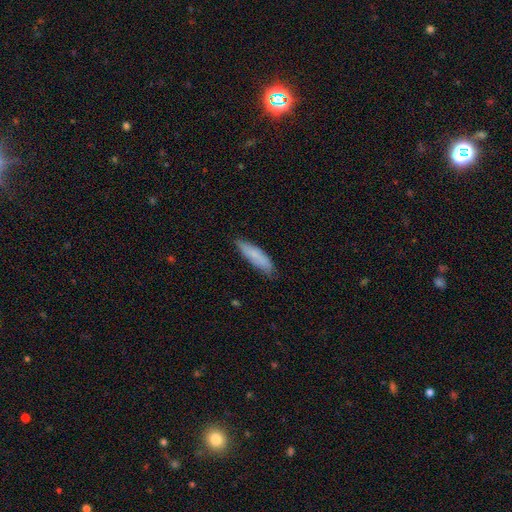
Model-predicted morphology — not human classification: Overall: smooth (81%). How rounded: cigar-shaped (67%; in between 32%). Merging: none (77%).